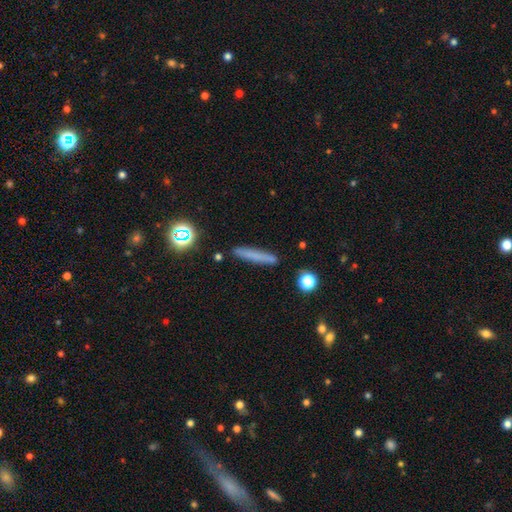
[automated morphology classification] smooth_or_featured: smooth (p=0.70) [alt: featured or disk p=0.20]
how_rounded: cigar-shaped (p=0.93) [alt: in between p=0.04]
merging: none (p=0.87) [alt: minor disturbance p=0.09]